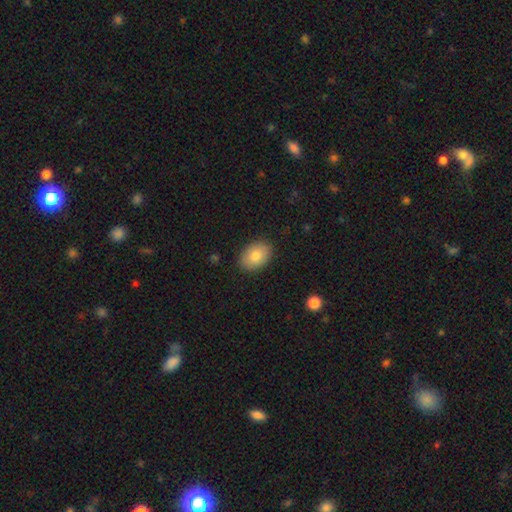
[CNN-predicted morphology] smooth-or-featured: smooth: 83% | featured or disk: 10% | star or artifact: 7%
  how-rounded: in between: 81% | round: 17% | cigar-shaped: 1%
  merging: none: 88% | minor disturbance: 9% | major disturbance: 2% | merger: 1%